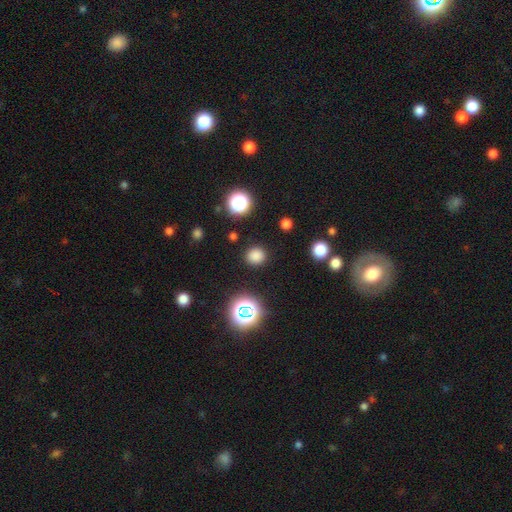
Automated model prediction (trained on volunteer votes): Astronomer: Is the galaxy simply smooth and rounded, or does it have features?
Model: smooth — 79%.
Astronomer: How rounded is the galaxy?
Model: round — 87%.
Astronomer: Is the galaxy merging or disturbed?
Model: none — 89%.